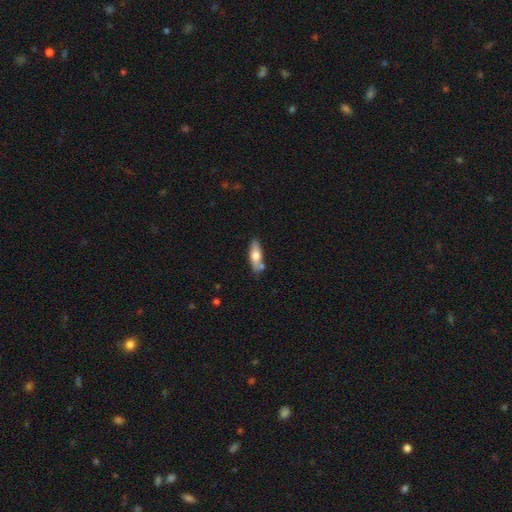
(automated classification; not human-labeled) Morphology: type=smooth (65%); roundness=in between (57%); merging=none (69%).